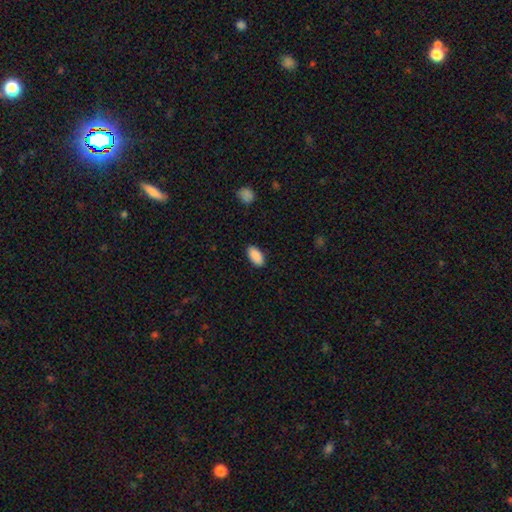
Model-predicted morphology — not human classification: type=smooth (90%); roundness=in between (94%); merging=none (88%).